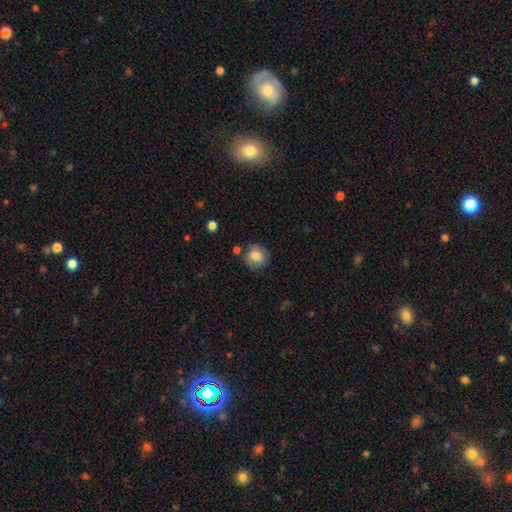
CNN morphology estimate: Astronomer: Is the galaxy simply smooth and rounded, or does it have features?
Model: smooth — 81%.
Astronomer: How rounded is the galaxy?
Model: round — 88%.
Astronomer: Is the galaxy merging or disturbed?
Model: none — 80%.